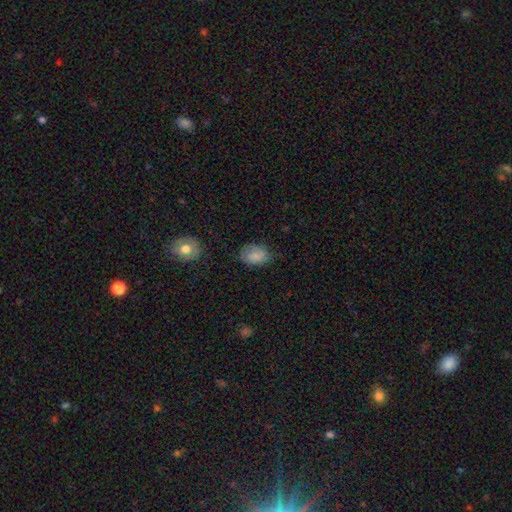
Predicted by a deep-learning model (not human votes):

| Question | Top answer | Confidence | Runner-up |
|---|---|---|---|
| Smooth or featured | smooth | 72% | featured or disk (19%) |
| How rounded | in between | 80% | round (18%) |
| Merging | none | 66% | minor disturbance (25%) |